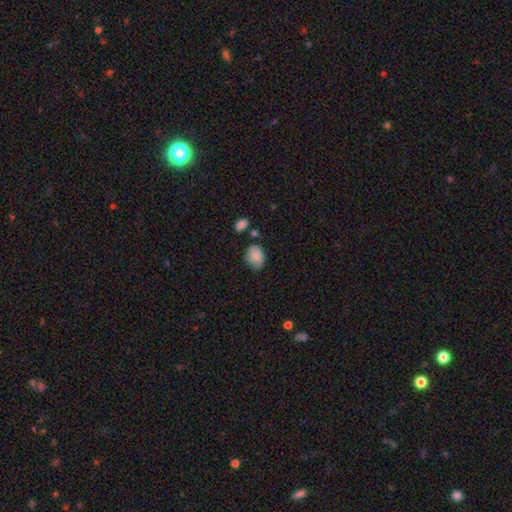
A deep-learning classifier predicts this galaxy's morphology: type=smooth (85%); roundness=in between (58%); merging=none (58%).